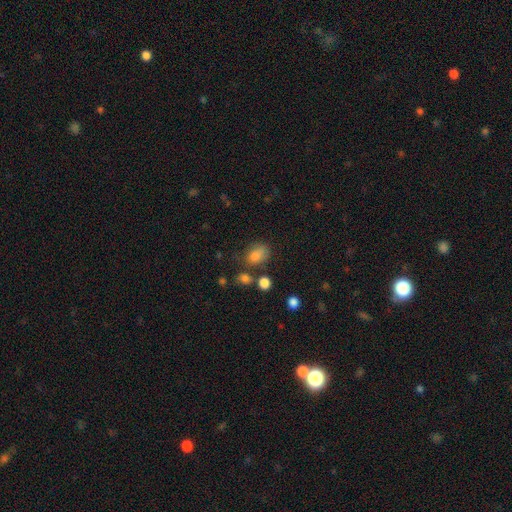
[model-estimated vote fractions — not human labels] Morphology: type=smooth (77%); roundness=in between (69%); merging=none (61%).